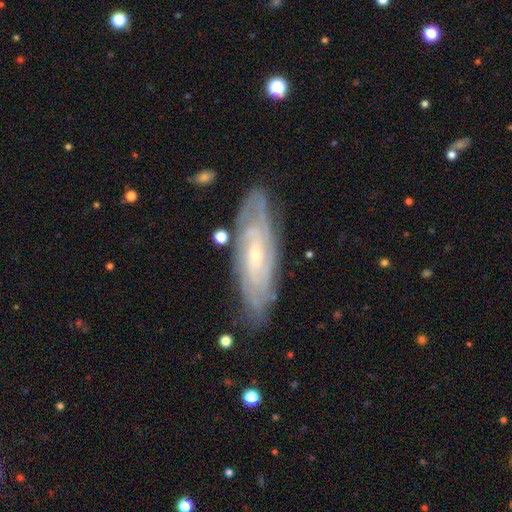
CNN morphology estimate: Smooth or featured: featured or disk — 79% (smooth — 14%)
Edge-on disk: no — 83% (yes — 17%)
Bar: no — 57% (weak — 34%)
Spiral arms: yes — 93% (no — 7%)
Spiral winding: tight — 72% (medium — 23%)
Spiral arm count: can't tell — 50% (2 — 18%)
Bulge size: small — 72% (moderate — 24%)
Merging: none — 80% (minor disturbance — 15%)